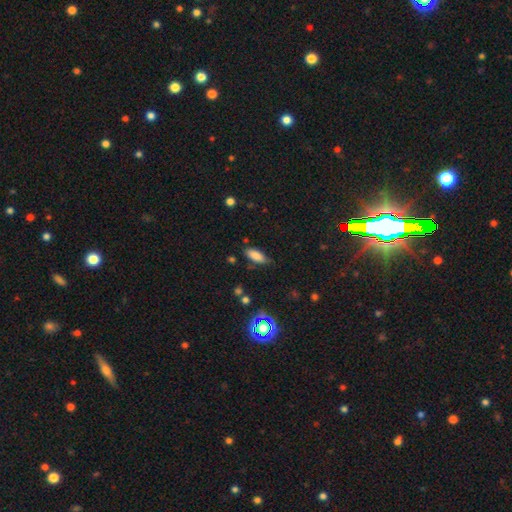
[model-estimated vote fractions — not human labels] Smooth or featured? Predicted: smooth (p=0.80). How rounded? Predicted: in between (p=0.76). Merging? Predicted: none (p=0.72).